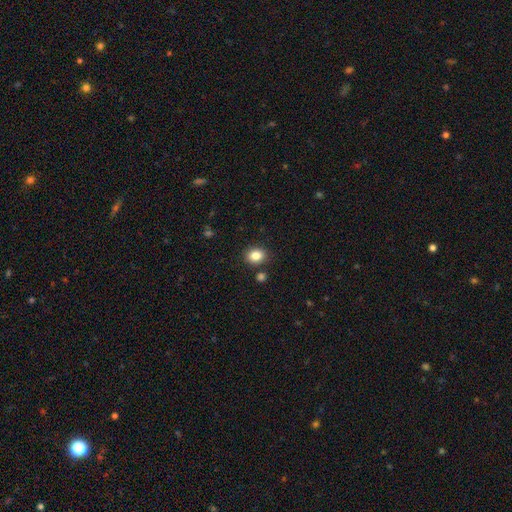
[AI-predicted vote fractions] This is clearly a smooth galaxy (85%). How rounded: possibly round (58%). Merging: clearly none (84%).